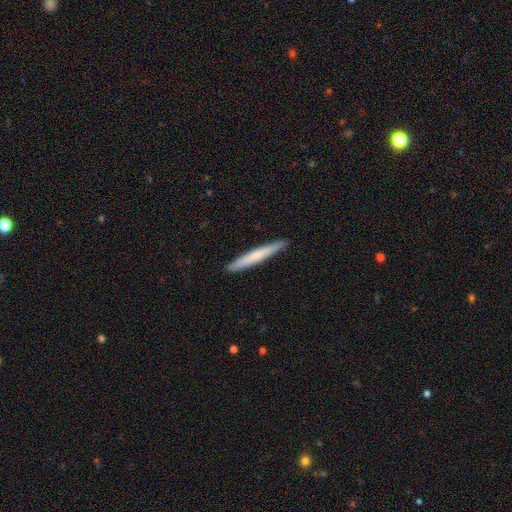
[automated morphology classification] Smooth or featured? Predicted: smooth (p=0.64). How rounded? Predicted: cigar-shaped (p=0.96). Merging? Predicted: none (p=0.91).